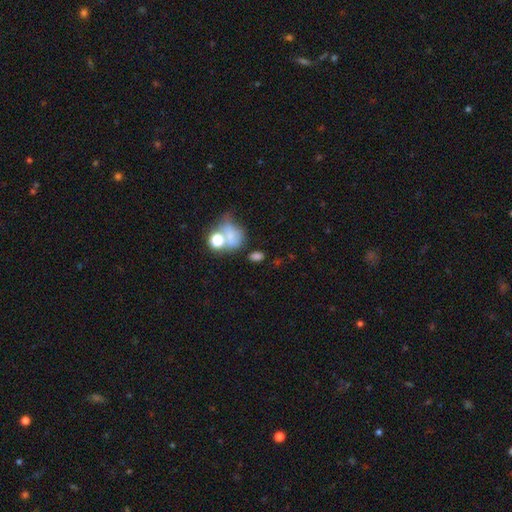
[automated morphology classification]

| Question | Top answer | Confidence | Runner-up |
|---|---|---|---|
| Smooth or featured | smooth | 43% | star or artifact (40%) |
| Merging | none | 42% | merger (23%) |